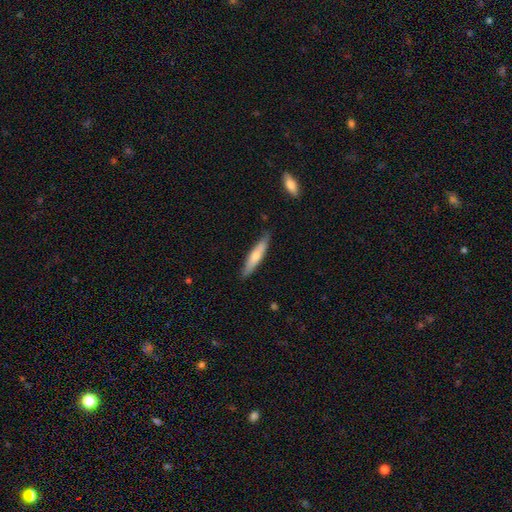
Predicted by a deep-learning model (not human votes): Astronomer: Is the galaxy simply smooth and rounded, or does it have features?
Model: smooth — 63%.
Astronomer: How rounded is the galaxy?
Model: cigar-shaped — 84%.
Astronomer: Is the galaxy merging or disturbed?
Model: none — 82%.